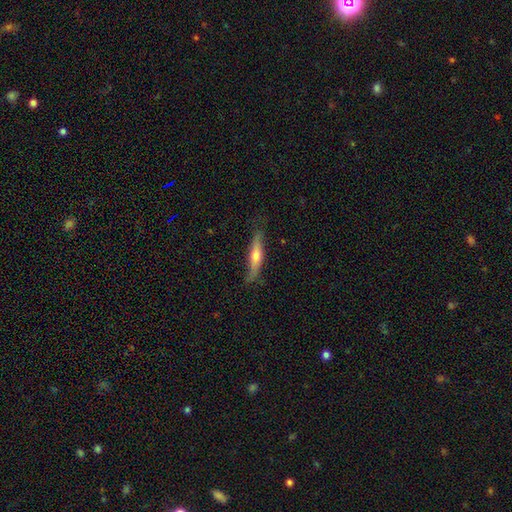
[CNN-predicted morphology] Smooth or featured: featured or disk — 51% (smooth — 44%)
Edge-on disk: yes — 85% (no — 15%)
Merging: none — 72% (minor disturbance — 22%)